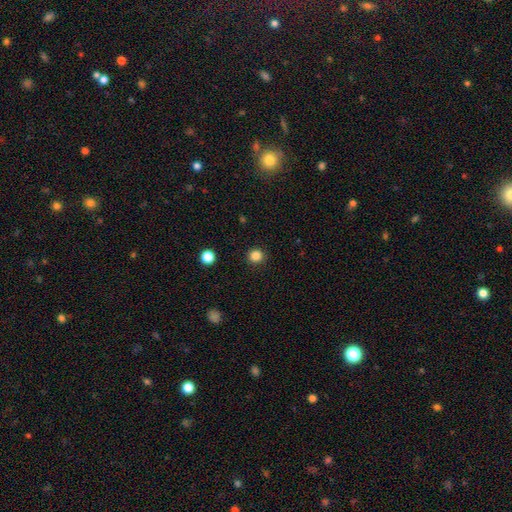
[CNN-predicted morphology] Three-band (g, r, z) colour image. It shows a smooth galaxy with no disk features (84%) that is round (93%). Merging: none (92%).